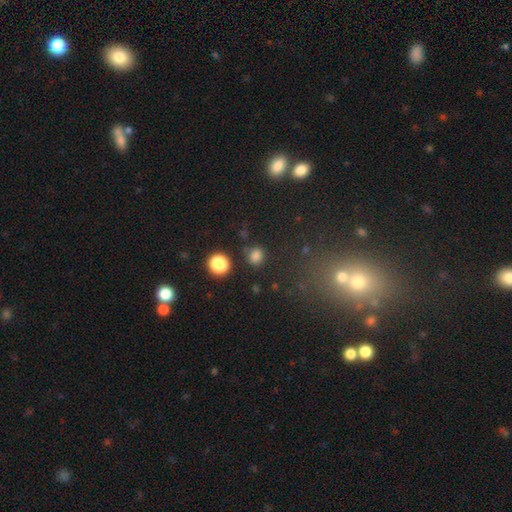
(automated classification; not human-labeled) This appears to be a smooth galaxy with no disk features (80%) that is round (77%). Merging: none (77%).